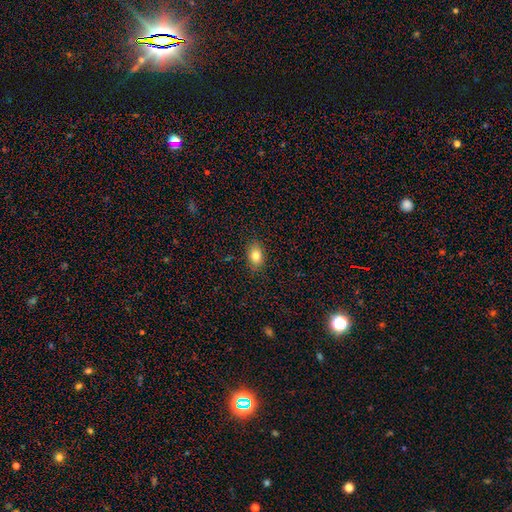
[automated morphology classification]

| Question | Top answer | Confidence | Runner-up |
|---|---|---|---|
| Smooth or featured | smooth | 82% | star or artifact (9%) |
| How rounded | in between | 79% | round (19%) |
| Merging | none | 87% | minor disturbance (9%) |